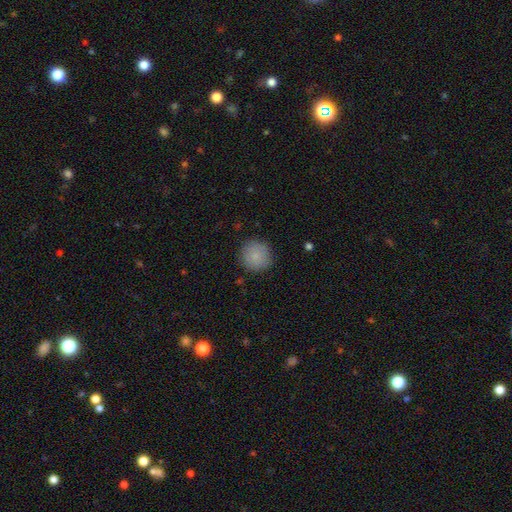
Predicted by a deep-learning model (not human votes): A smooth galaxy with no disk features (83%) that is round (94%).

Vote fractions:
- Smooth or featured? smooth: 83% / featured or disk: 9% / star or artifact: 8%
- How rounded? round: 94% / in between: 5% / cigar-shaped: 1%
- Merging? none: 86% / minor disturbance: 10% / major disturbance: 3% / merger: 1%